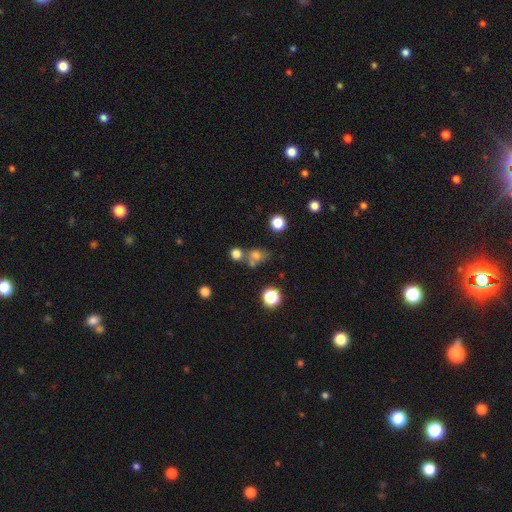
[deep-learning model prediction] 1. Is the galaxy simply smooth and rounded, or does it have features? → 69% smooth, 19% star or artifact, 12% featured or disk.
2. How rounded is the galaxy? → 59% round, 39% in between, 2% cigar-shaped.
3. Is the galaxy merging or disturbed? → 48% none, 34% merger, 12% minor disturbance, 6% major disturbance.